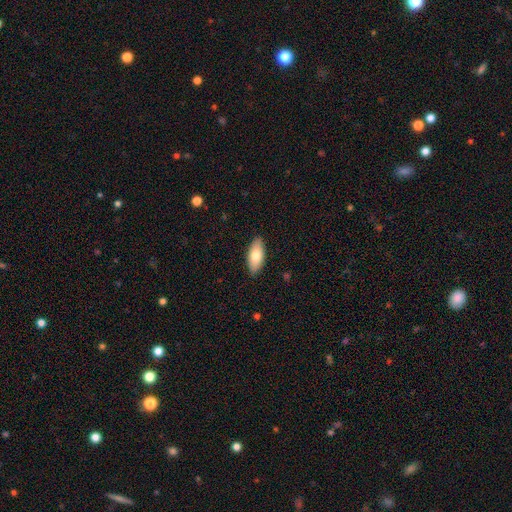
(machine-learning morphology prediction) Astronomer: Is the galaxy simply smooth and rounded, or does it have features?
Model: smooth — 78%.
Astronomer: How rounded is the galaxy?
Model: in between — 85%.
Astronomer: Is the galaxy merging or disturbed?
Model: none — 88%.